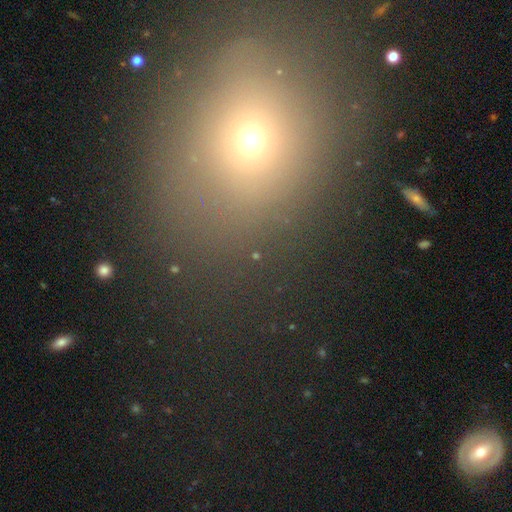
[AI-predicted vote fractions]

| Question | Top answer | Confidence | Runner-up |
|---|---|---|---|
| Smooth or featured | star or artifact | 58% | smooth (32%) |